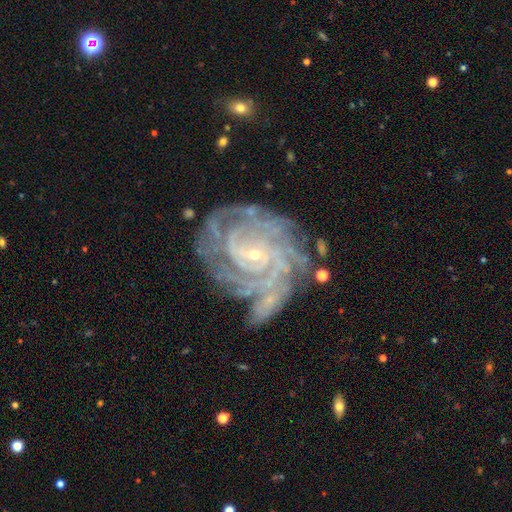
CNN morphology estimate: A featured or disk galaxy (90%) with no bar (57%), 4 (28%) tight (80%) spiral arms (98%) and a small central bulge (85%).

Vote fractions:
- Smooth or featured? featured or disk: 90% / star or artifact: 6% / smooth: 3%
- Edge-on disk? no: 97% / yes: 3%
- Bar? no: 57% / weak: 30% / strong: 13%
- Spiral arms? yes: 98% / no: 2%
- Spiral winding? tight: 80% / medium: 17% / loose: 3%
- Spiral arm count? 4: 28% / more than 4: 20% / can't tell: 19% / 3: 15% / 2: 11% / 1: 7%
- Bulge size? small: 85% / moderate: 11% / none: 1% / large: 1% / dominant: 1%
- Merging? none: 66% / minor disturbance: 20% / major disturbance: 8% / merger: 6%